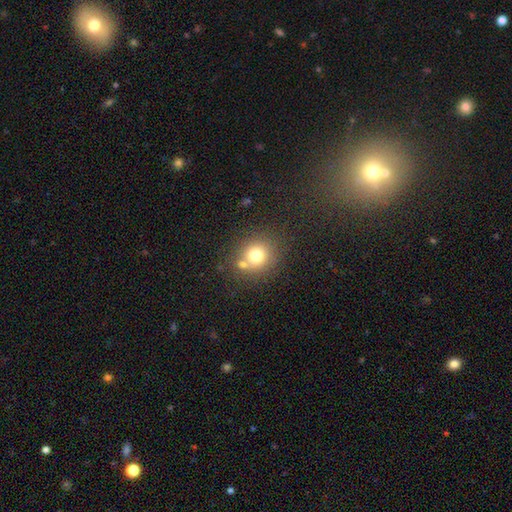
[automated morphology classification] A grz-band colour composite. It shows a smooth galaxy with no disk features (74%) that is round (84%). Merging: none (61%).